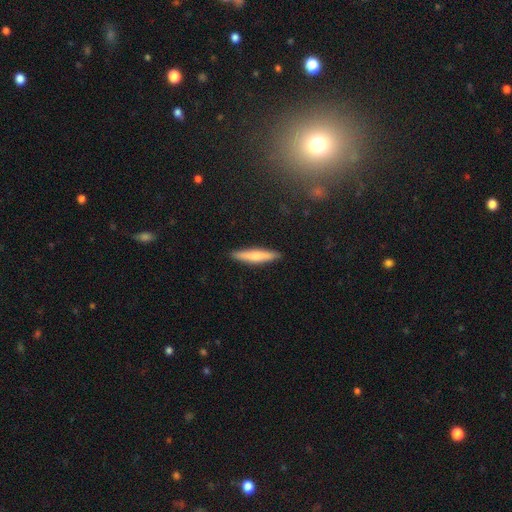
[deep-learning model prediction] A smooth galaxy with no disk features (65%) that is cigar-shaped (89%).

Vote fractions:
- Smooth or featured? smooth: 65% / featured or disk: 29% / star or artifact: 6%
- How rounded? cigar-shaped: 89% / in between: 9% / round: 2%
- Merging? none: 90% / minor disturbance: 7% / major disturbance: 1% / merger: 1%